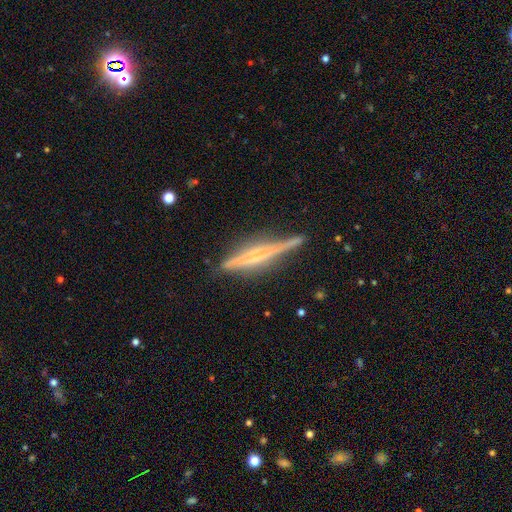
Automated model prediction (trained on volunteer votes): This is likely a featured or disk galaxy (73%). It is clearly viewed edge-on (96%). Edge-on bulge: marginally rounded (41%). Merging: likely none (77%).